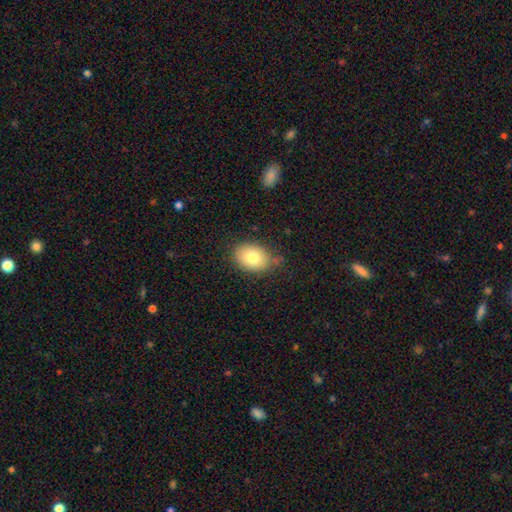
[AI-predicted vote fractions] The model was most divided on "how rounded": in between: 73%, round: 26%, cigar-shaped: 1%. More confident: smooth or featured — smooth (79%); merging — none (77%).